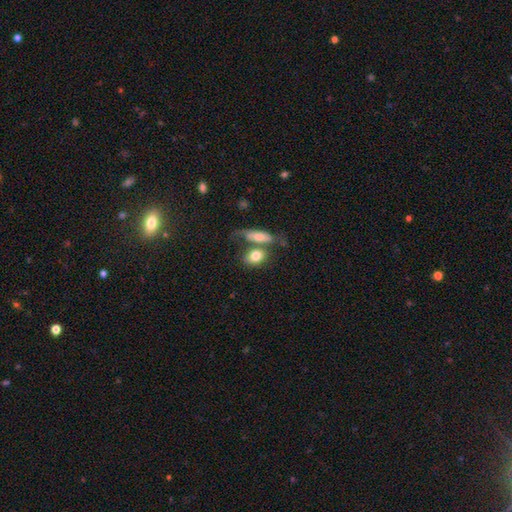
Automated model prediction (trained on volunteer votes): smooth-or-featured: smooth: 78% | featured or disk: 15% | star or artifact: 7%
  how-rounded: in between: 76% | round: 20% | cigar-shaped: 4%
  merging: merger: 43% | none: 37% | minor disturbance: 12% | major disturbance: 7%